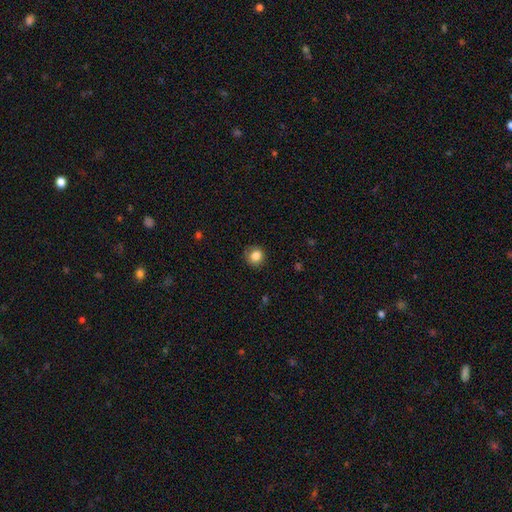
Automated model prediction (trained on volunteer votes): This is clearly a smooth galaxy (85%). How rounded: clearly round (88%). Merging: clearly none (84%).